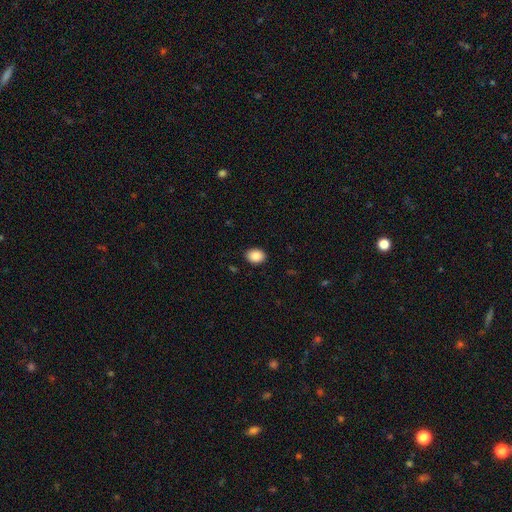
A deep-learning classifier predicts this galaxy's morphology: The model was most divided on "how rounded": in between: 60%, round: 39%, cigar-shaped: 1%. More confident: merging — none (90%); smooth or featured — smooth (87%).